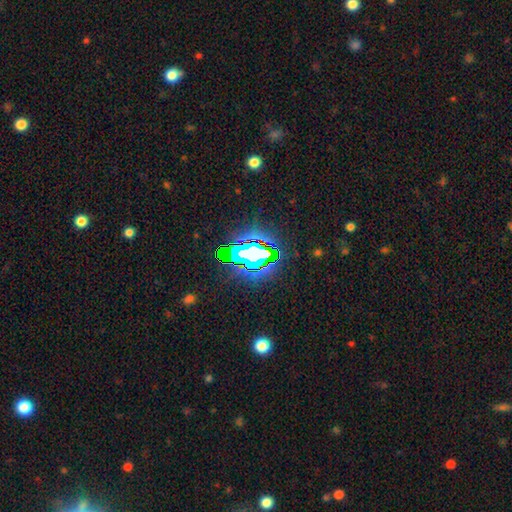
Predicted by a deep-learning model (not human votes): Morphology: type=star or artifact (64%).